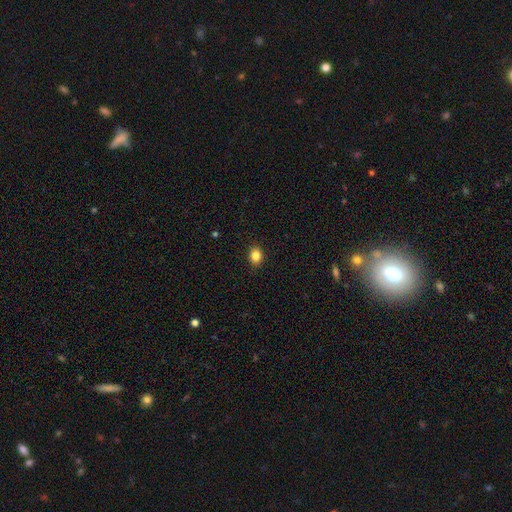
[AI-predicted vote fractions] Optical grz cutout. It shows a smooth galaxy with no disk features (85%) that is in between round and cigar-shaped (53%). Merging: none (90%).